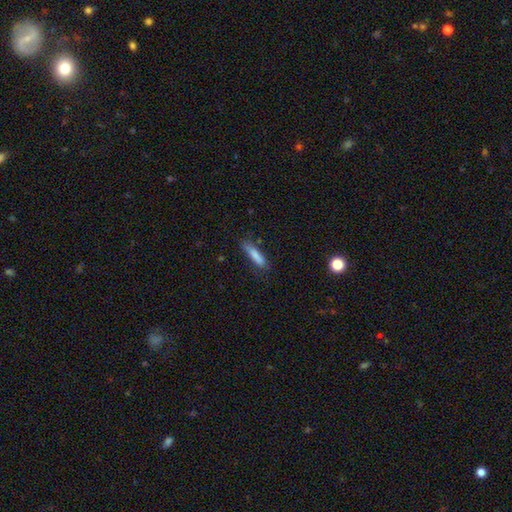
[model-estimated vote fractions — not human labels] Smooth or featured: smooth — 82% (featured or disk — 10%)
How rounded: cigar-shaped — 80% (in between — 19%)
Merging: none — 72% (minor disturbance — 21%)